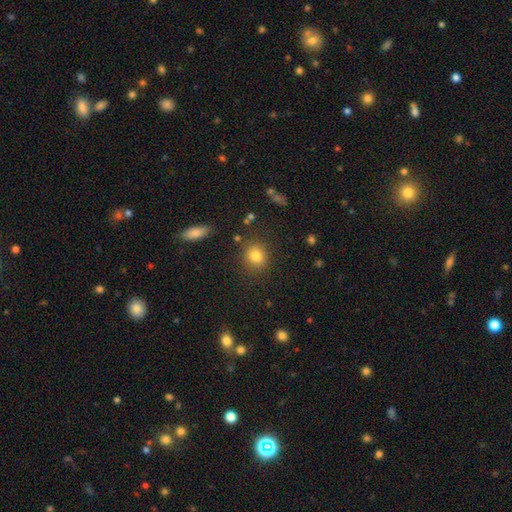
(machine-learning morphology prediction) This is clearly a smooth galaxy (81%). How rounded: likely round (71%). Merging: clearly none (83%).